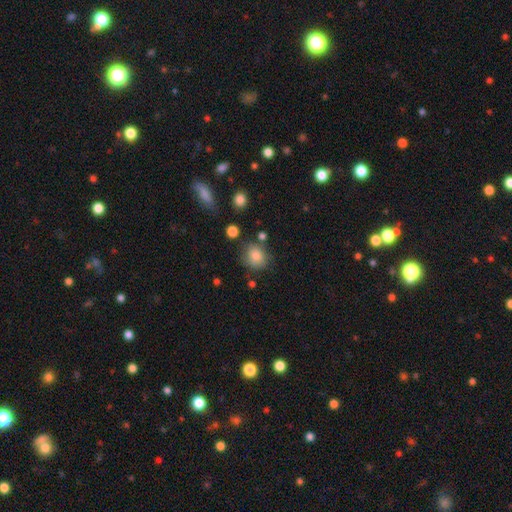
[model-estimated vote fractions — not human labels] smooth 81%, star or artifact 10%, featured or disk 9%. Down the decision tree: how rounded — round (70%); merging — none (70%).